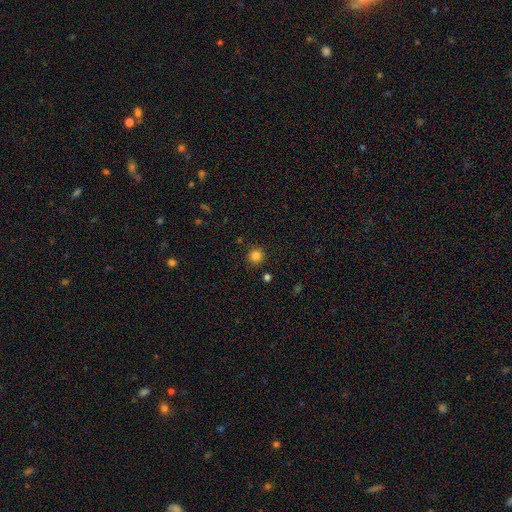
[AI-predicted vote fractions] smooth 83%, star or artifact 13%, featured or disk 4%. Down the decision tree: how rounded — round (94%); merging — none (89%).